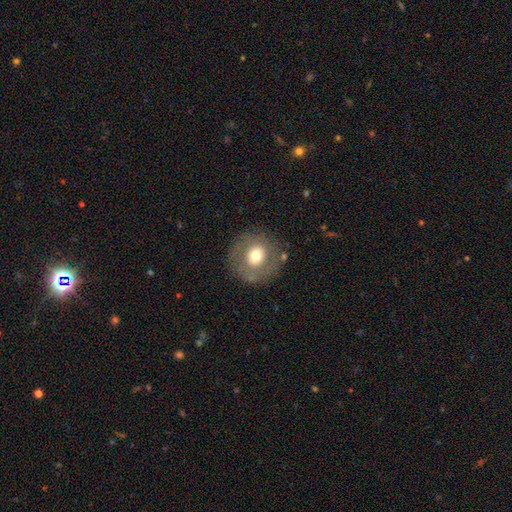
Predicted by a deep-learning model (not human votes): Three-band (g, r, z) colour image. It shows a smooth galaxy with no disk features (61%) that is round (90%). Merging: none (81%).